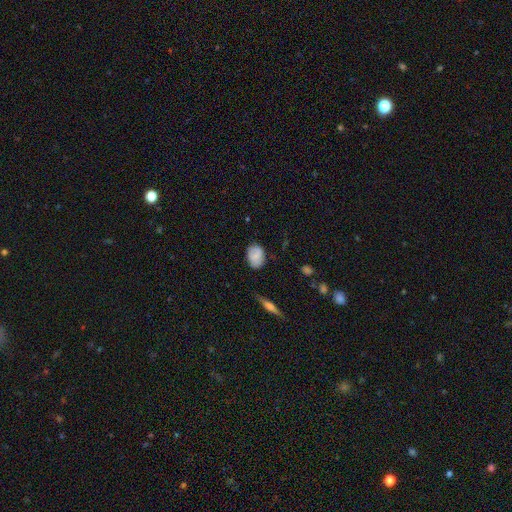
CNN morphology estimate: smooth 76%, featured or disk 16%, star or artifact 8%. Down the decision tree: how rounded — in between (70%); merging — none (77%).